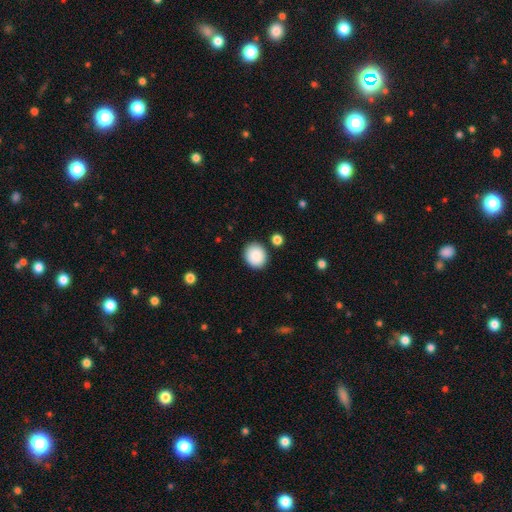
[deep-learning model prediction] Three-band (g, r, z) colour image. It shows a smooth galaxy with no disk features (89%) that is round (79%). Merging: none (88%).